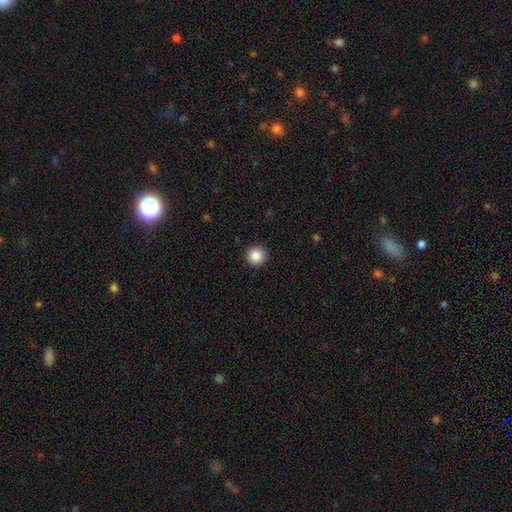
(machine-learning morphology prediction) This is clearly a smooth galaxy (87%). How rounded: clearly round (96%). Merging: clearly none (93%).